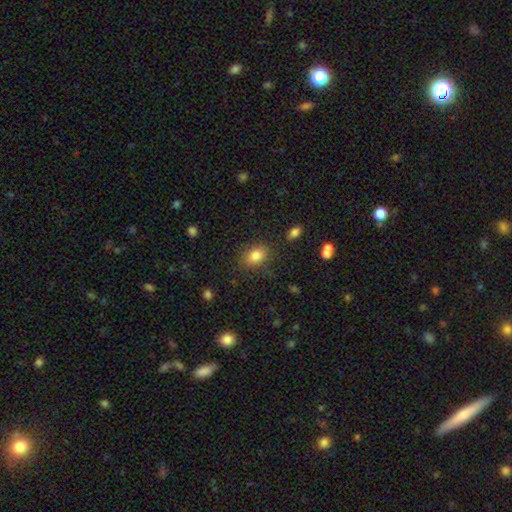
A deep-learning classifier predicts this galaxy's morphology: A smooth galaxy with no disk features (83%) that is in between round and cigar-shaped (76%). Merging: none (82%).